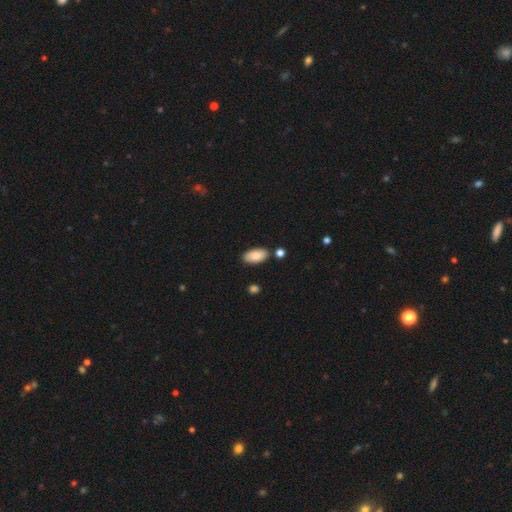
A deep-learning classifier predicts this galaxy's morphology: smooth_or_featured: smooth (p=0.85) [alt: featured or disk p=0.09]
how_rounded: in between (p=0.95) [alt: round p=0.03]
merging: none (p=0.83) [alt: minor disturbance p=0.10]